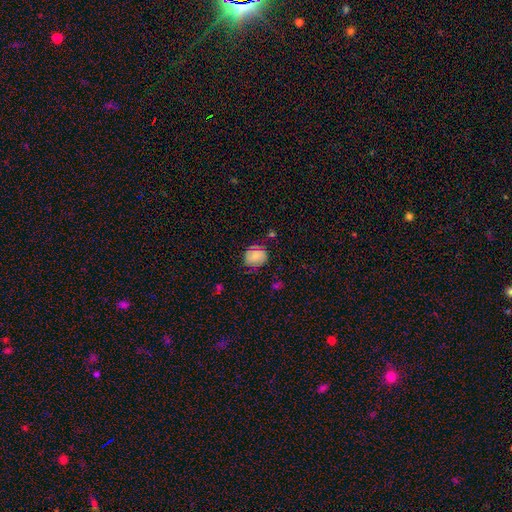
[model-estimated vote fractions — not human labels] This appears to be a smooth galaxy with no disk features (65%) that is round (75%). Merging: none (72%).